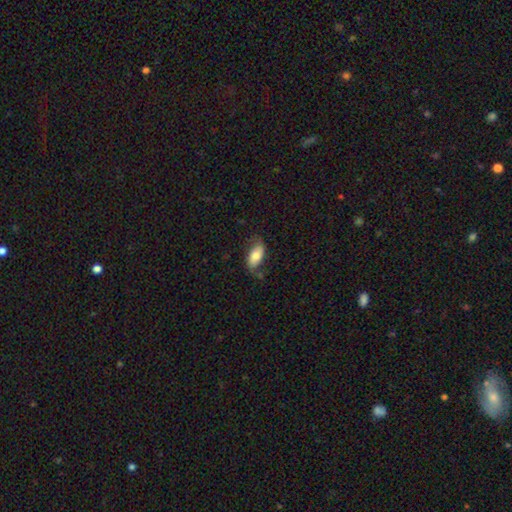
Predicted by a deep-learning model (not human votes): Smooth or featured? smooth (68%)
How rounded? in between (90%)
Merging? none (61%)